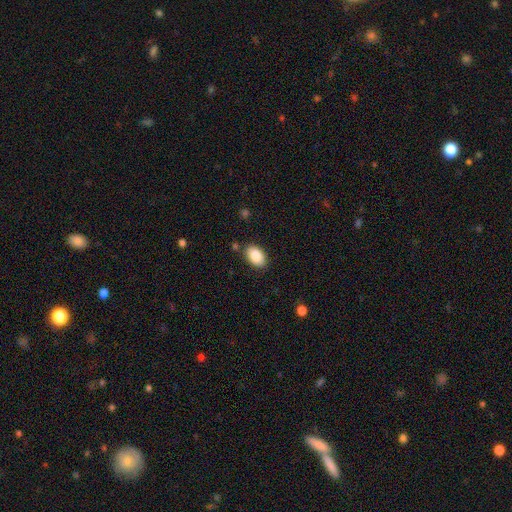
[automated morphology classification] Smooth or featured?
  - smooth: 88% *
  - star or artifact: 7%
  - featured or disk: 5%
How rounded?
  - in between: 91% *
  - round: 8%
  - cigar-shaped: 1%
Merging?
  - none: 84% *
  - minor disturbance: 11%
  - major disturbance: 3%
  - merger: 2%